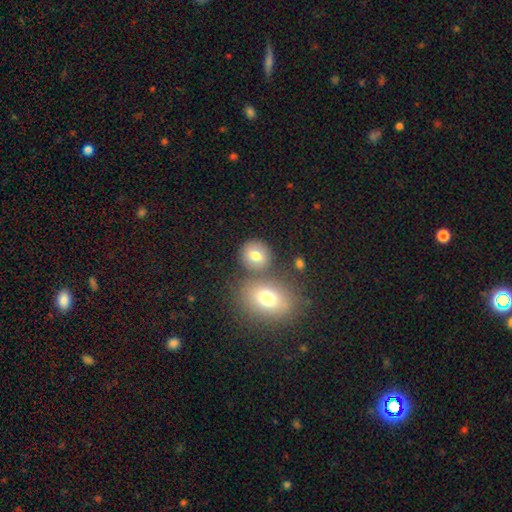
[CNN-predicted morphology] Smooth or featured? smooth (76%)
How rounded? round (71%)
Merging? none (66%)